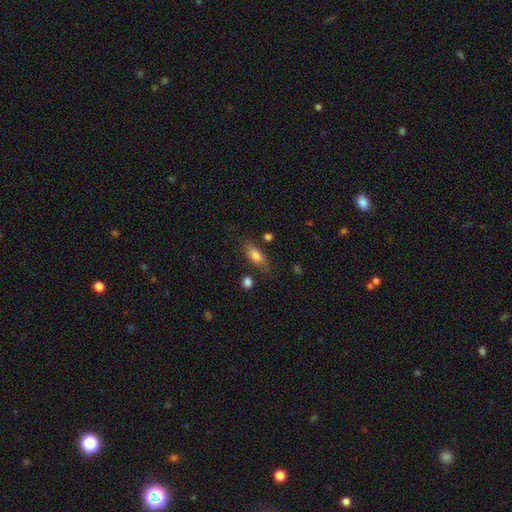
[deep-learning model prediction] Smooth or featured? Predicted: smooth (p=0.79). How rounded? Predicted: in between (p=0.77). Merging? Predicted: none (p=0.74).